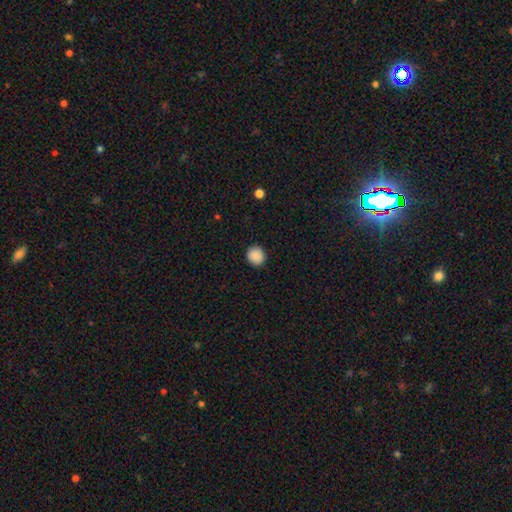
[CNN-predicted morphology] Q: Smooth or featured?
A: smooth (89%); runner-up: star or artifact (8%)
Q: How rounded?
A: round (85%); runner-up: in between (14%)
Q: Merging?
A: none (91%); runner-up: minor disturbance (6%)